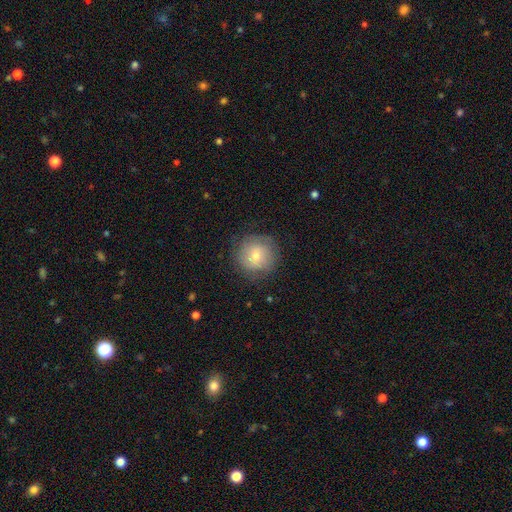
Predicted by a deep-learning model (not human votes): Q: Smooth or featured?
A: smooth (66%); runner-up: featured or disk (25%)
Q: How rounded?
A: round (94%); runner-up: in between (5%)
Q: Merging?
A: none (79%); runner-up: minor disturbance (14%)